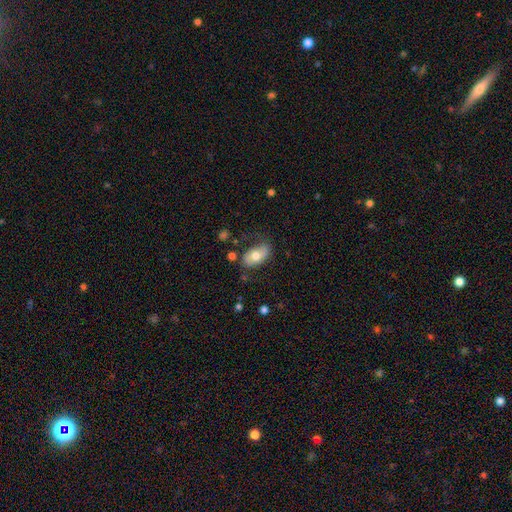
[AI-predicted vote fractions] smooth_or_featured: smooth (p=0.63) [alt: featured or disk p=0.31]
how_rounded: in between (p=0.91) [alt: round p=0.07]
merging: none (p=0.62) [alt: minor disturbance p=0.25]